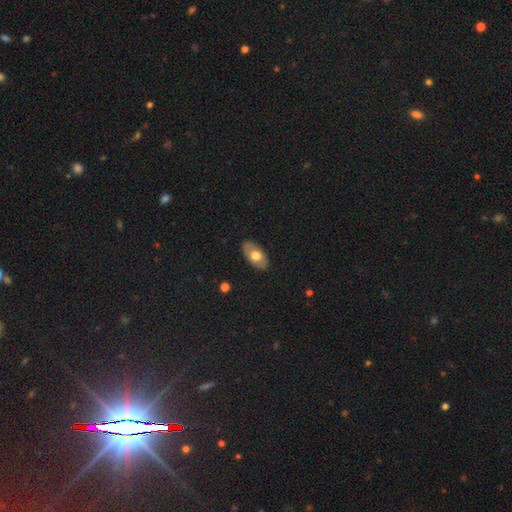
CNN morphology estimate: smooth_or_featured: smooth (p=0.59) [alt: featured or disk p=0.36]
how_rounded: in between (p=0.92) [alt: round p=0.06]
merging: none (p=0.86) [alt: minor disturbance p=0.11]